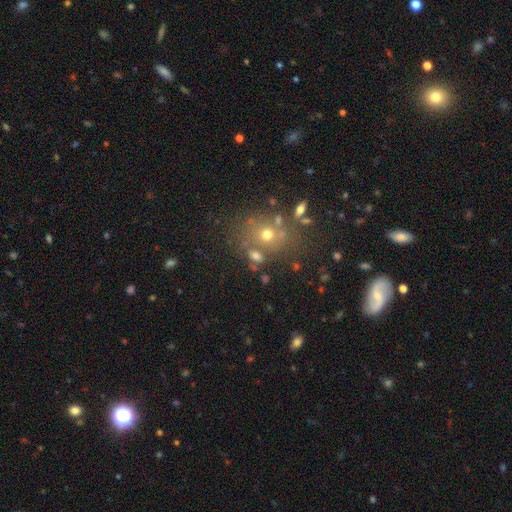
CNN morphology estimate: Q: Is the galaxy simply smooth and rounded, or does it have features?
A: smooth — 60%.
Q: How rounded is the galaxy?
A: in between — 54%.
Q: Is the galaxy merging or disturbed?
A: none — 58%.